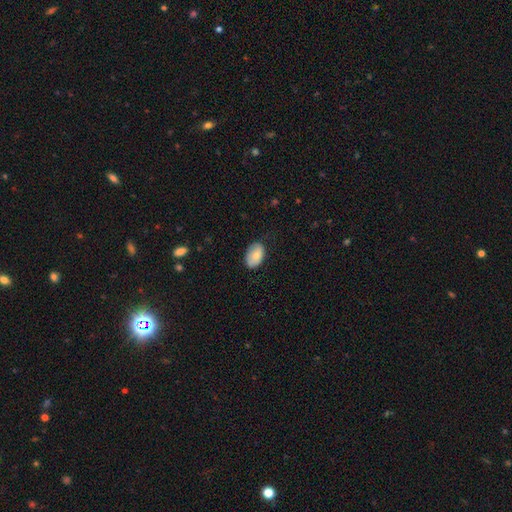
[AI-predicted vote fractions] Smooth or featured: smooth — 76% (featured or disk — 17%)
How rounded: in between — 88% (round — 11%)
Merging: none — 74% (minor disturbance — 21%)